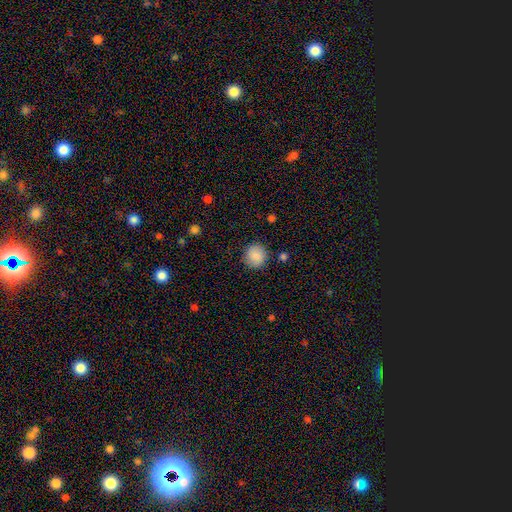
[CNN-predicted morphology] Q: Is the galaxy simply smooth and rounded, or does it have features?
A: smooth — 88%.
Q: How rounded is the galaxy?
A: round — 92%.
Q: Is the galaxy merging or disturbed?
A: none — 87%.